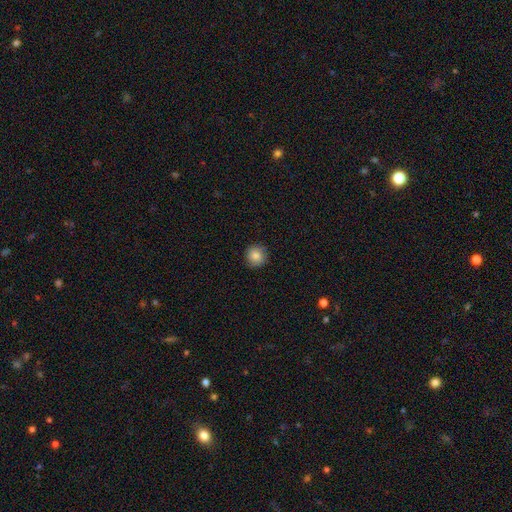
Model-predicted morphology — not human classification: Smooth or featured? Predicted: smooth (p=0.84). How rounded? Predicted: round (p=0.93). Merging? Predicted: none (p=0.88).